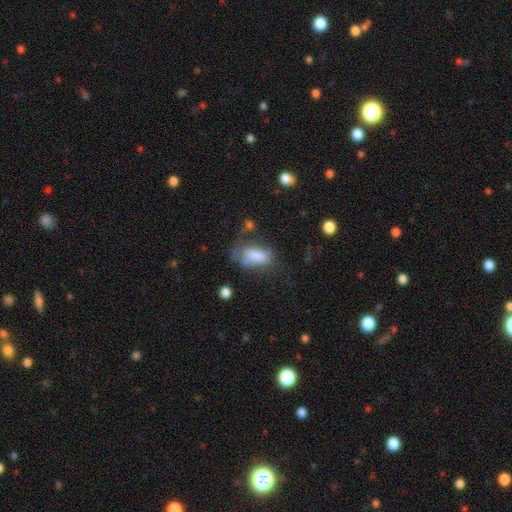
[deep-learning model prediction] Smooth or featured? Predicted: smooth (p=0.74). How rounded? Predicted: in between (p=0.90). Merging? Predicted: none (p=0.35).